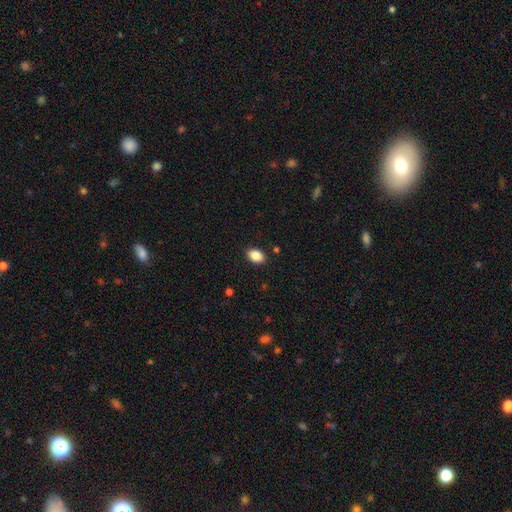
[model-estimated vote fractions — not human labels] Q: Smooth or featured?
A: smooth (87%); runner-up: star or artifact (8%)
Q: How rounded?
A: in between (85%); runner-up: round (14%)
Q: Merging?
A: none (89%); runner-up: minor disturbance (8%)